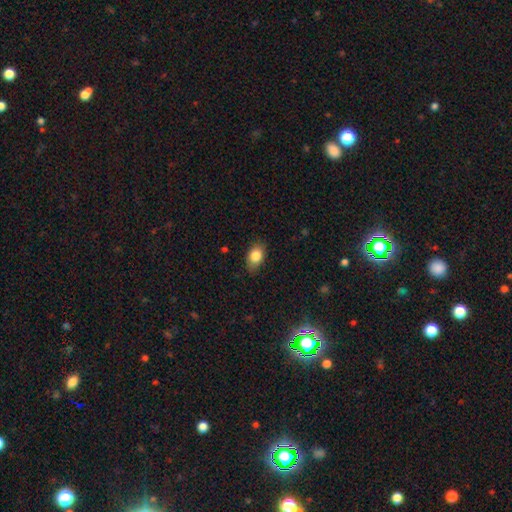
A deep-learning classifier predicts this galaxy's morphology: Smooth or featured? smooth (83%)
How rounded? in between (81%)
Merging? none (81%)